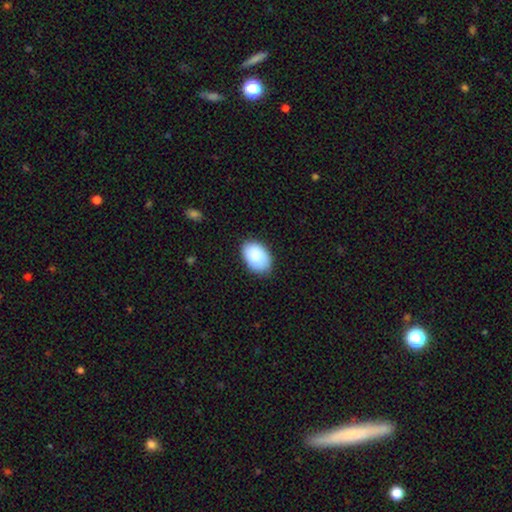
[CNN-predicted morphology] This is clearly a smooth galaxy (88%). How rounded: clearly in between (89%). Merging: clearly none (83%).